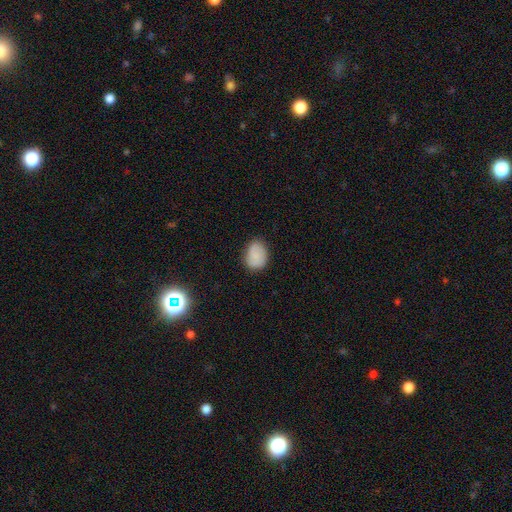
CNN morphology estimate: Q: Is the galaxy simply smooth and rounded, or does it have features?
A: smooth — 82%.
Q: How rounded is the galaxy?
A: in between — 68%.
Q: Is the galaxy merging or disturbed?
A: none — 74%.